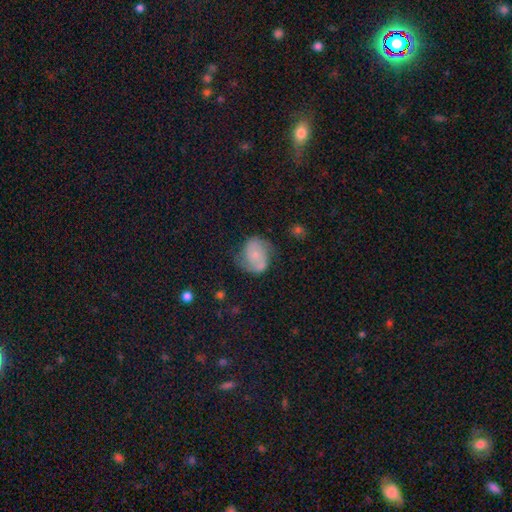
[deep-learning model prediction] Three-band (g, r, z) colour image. It shows a featured or disk galaxy (59%) with no bar (71%), 2 (84%) medium (44%) spiral arms (87%) and a small central bulge (68%). Merging: none (59%).